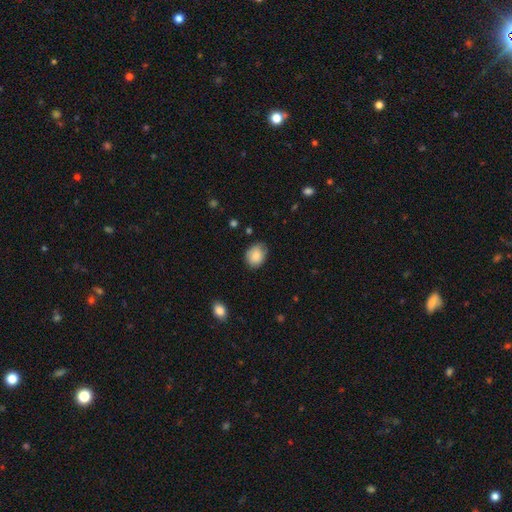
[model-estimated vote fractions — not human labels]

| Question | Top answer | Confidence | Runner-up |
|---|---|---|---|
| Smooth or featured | smooth | 87% | star or artifact (7%) |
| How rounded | in between | 58% | round (42%) |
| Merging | none | 77% | minor disturbance (19%) |